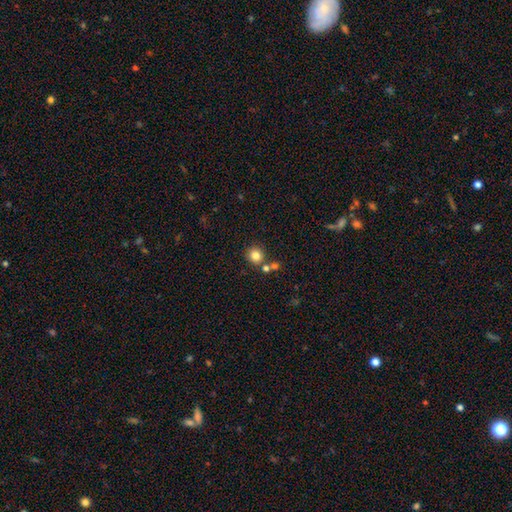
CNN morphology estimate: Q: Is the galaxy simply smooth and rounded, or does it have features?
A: smooth — 82%.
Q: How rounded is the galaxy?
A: round — 90%.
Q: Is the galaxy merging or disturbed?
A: none — 74%.